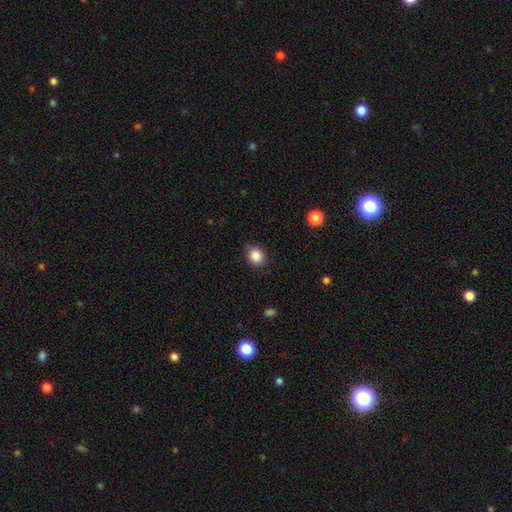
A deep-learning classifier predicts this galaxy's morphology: smooth 87%, star or artifact 9%, featured or disk 4%. Down the decision tree: how rounded — round (69%); merging — none (84%).